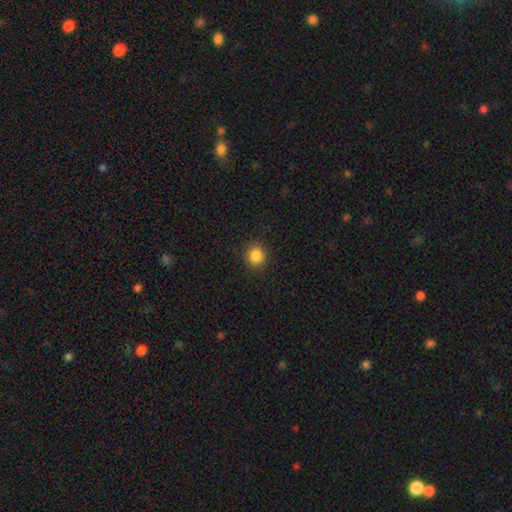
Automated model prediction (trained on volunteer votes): smooth-or-featured: smooth: 86% | star or artifact: 10% | featured or disk: 4%
  how-rounded: round: 83% | in between: 16% | cigar-shaped: 1%
  merging: none: 90% | minor disturbance: 7% | major disturbance: 2% | merger: 1%